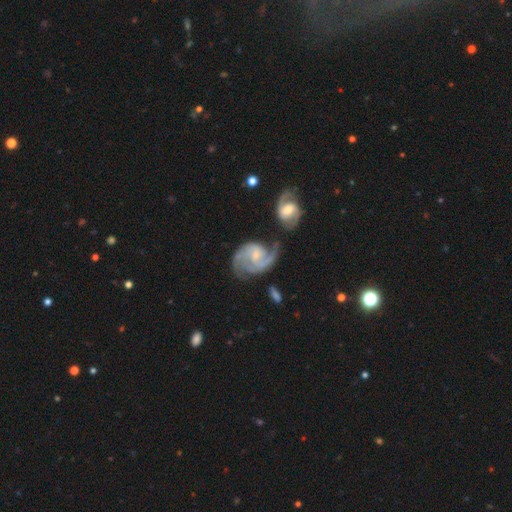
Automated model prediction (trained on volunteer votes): Smooth or featured? Predicted: featured or disk (p=0.88). Edge-on disk? Predicted: no (p=0.98). Bar? Predicted: no (p=0.53). Spiral arms? Predicted: yes (p=0.96). Spiral winding? Predicted: medium (p=0.52). Spiral arm count? Predicted: 2 (p=0.71). Bulge size? Predicted: small (p=0.59). Merging? Predicted: none (p=0.43).